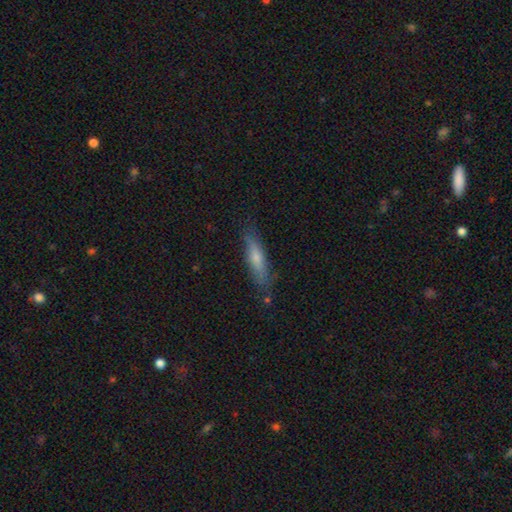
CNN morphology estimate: Smooth or featured? Predicted: smooth (p=0.56). How rounded? Predicted: cigar-shaped (p=0.78). Merging? Predicted: none (p=0.77).